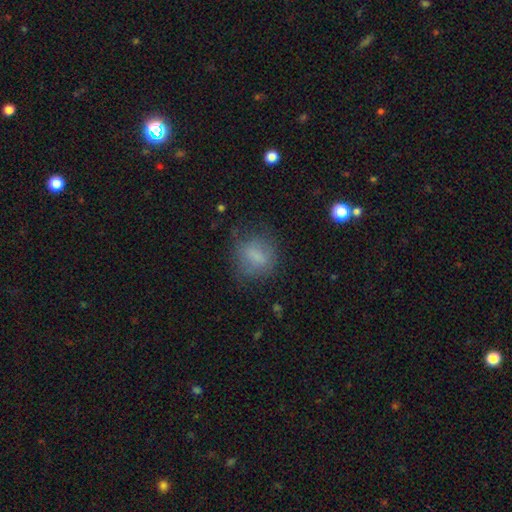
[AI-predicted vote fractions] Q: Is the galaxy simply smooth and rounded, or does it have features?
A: smooth — 72%.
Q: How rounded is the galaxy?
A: round — 60%.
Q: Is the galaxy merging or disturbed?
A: none — 62%.